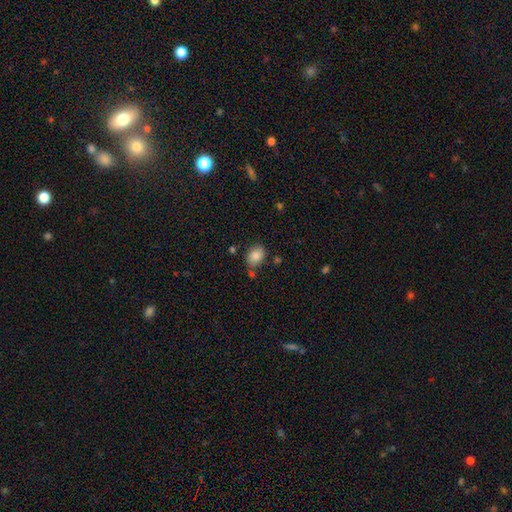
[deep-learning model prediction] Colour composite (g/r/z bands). It shows a smooth galaxy with no disk features (84%) that is in between round and cigar-shaped (66%). Merging: none (68%).